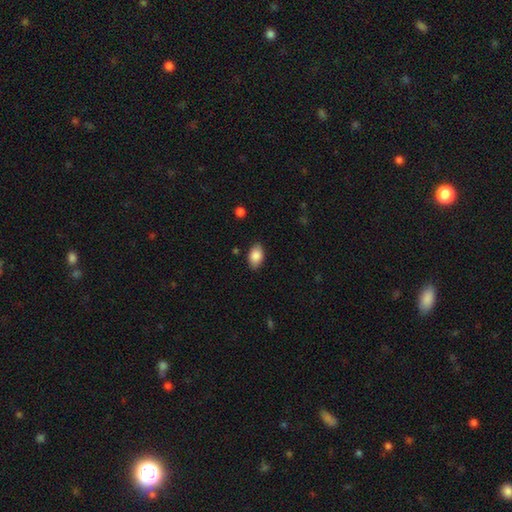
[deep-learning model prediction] Overall: smooth (87%). How rounded: in between (90%). Merging: none (85%).